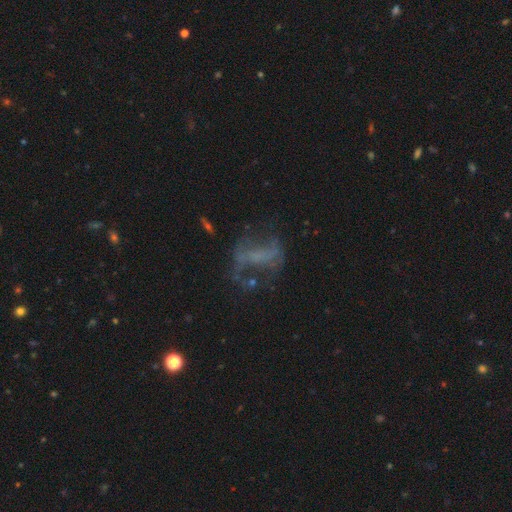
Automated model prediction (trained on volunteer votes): smooth_or_featured: featured or disk (p=0.58) [alt: star or artifact p=0.22]
disk_edge_on: no (p=0.92) [alt: yes p=0.08]
bar: no (p=0.41) [alt: strong p=0.30]
has_spiral_arms: no (p=0.51) [alt: yes p=0.49]
bulge_size: none (p=0.67) [alt: small p=0.22]
merging: none (p=0.45) [alt: major disturbance p=0.32]